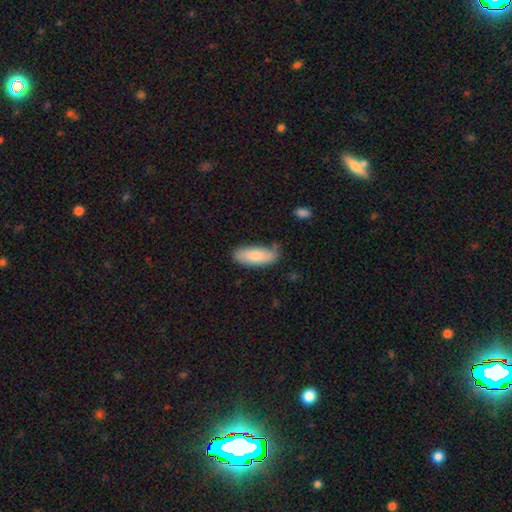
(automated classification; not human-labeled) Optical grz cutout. It shows a smooth galaxy with no disk features (82%) that is in between round and cigar-shaped (79%). Merging: none (67%).